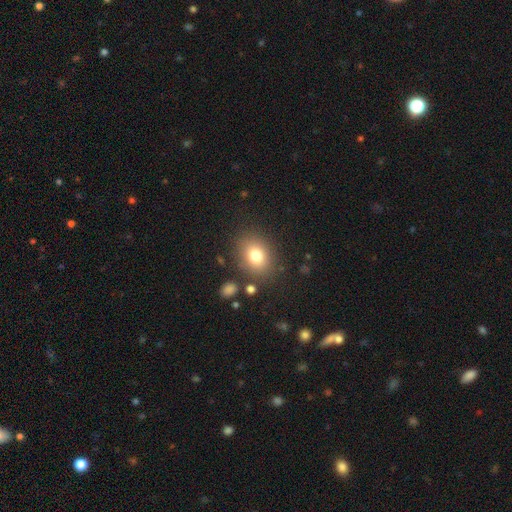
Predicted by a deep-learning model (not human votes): Q: Smooth or featured?
A: smooth (78%); runner-up: star or artifact (11%)
Q: How rounded?
A: in between (54%); runner-up: round (45%)
Q: Merging?
A: none (82%); runner-up: minor disturbance (10%)